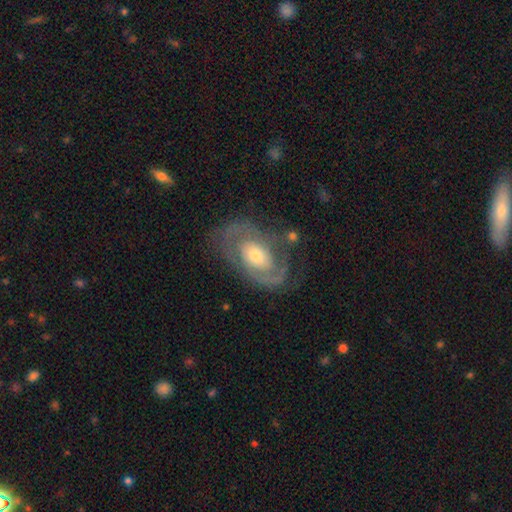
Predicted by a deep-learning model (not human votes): featured or disk 81%, smooth 13%, star or artifact 5%. Down the decision tree: edge-on disk — no (96%); bar — no (69%); spiral arms — yes (87%); spiral arm count — 2 (70%); spiral winding — tight (48%); bulge size — moderate (61%); merging — none (69%).